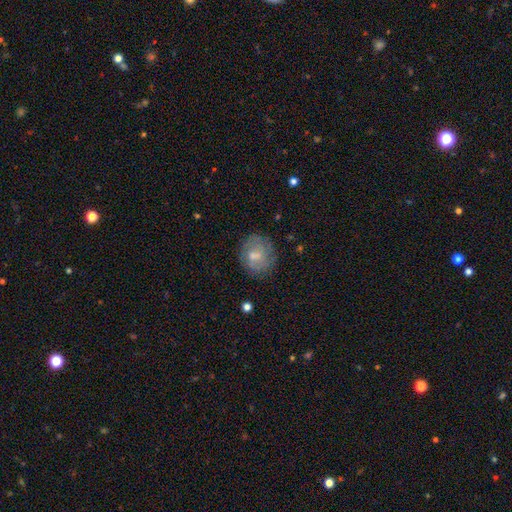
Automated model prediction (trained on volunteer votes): Morphology: type=smooth (59%); roundness=round (67%); merging=none (68%).